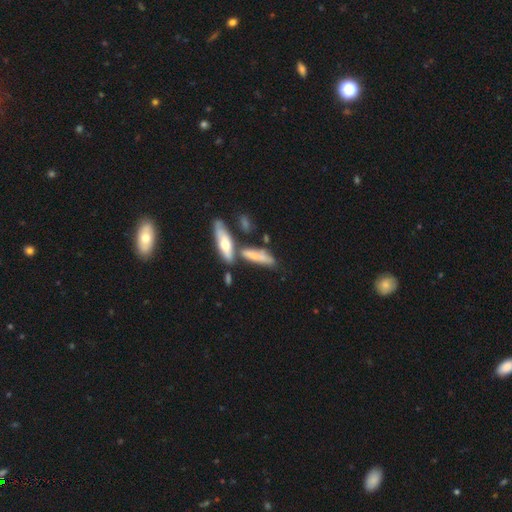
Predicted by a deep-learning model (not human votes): smooth_or_featured: smooth (p=0.60) [alt: featured or disk p=0.33]
how_rounded: cigar-shaped (p=0.57) [alt: in between p=0.40]
merging: none (p=0.47) [alt: merger p=0.28]